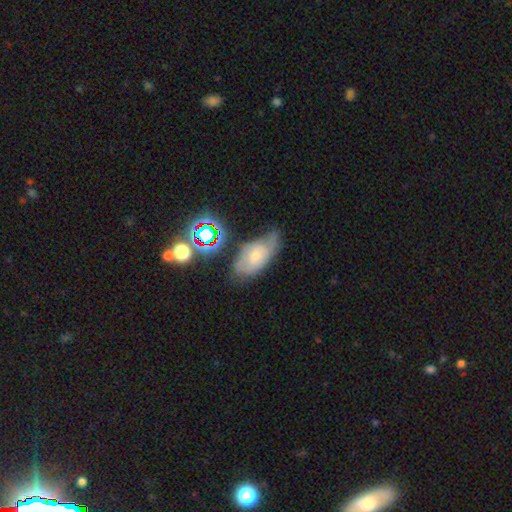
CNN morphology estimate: smooth_or_featured: featured or disk (p=0.47) [alt: smooth p=0.39]
merging: none (p=0.41) [alt: minor disturbance p=0.35]